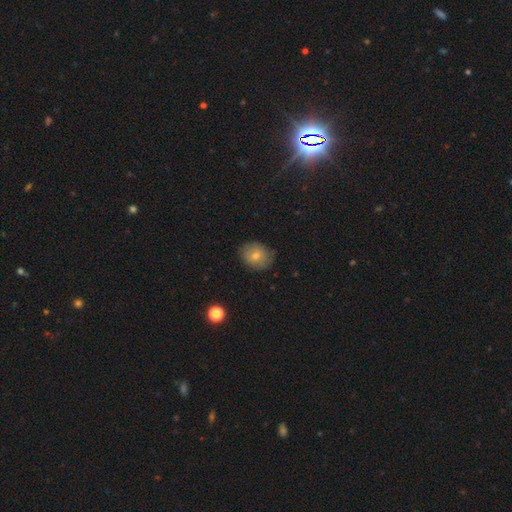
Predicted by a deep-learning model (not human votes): smooth-or-featured: smooth: 72% | featured or disk: 19% | star or artifact: 9%
  how-rounded: round: 63% | in between: 36% | cigar-shaped: 1%
  merging: none: 78% | minor disturbance: 17% | major disturbance: 4% | merger: 1%